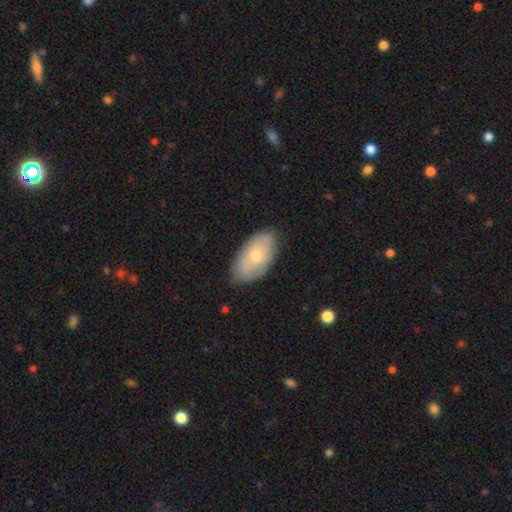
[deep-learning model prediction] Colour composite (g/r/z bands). It shows a smooth galaxy with no disk features (54%) that is in between round and cigar-shaped (93%). Merging: none (77%).